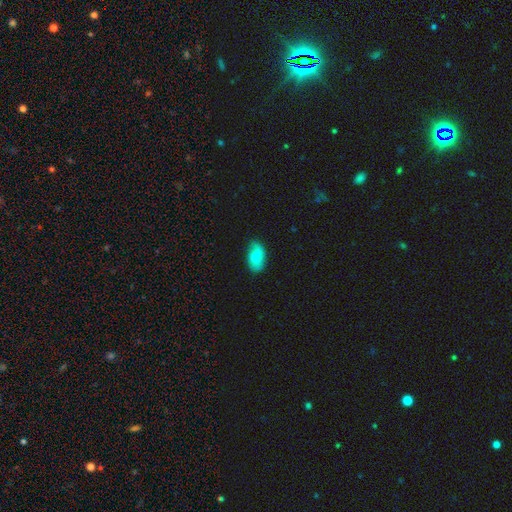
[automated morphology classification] smooth 70%, featured or disk 23%, star or artifact 7%. Down the decision tree: how rounded — in between (92%); merging — none (75%).